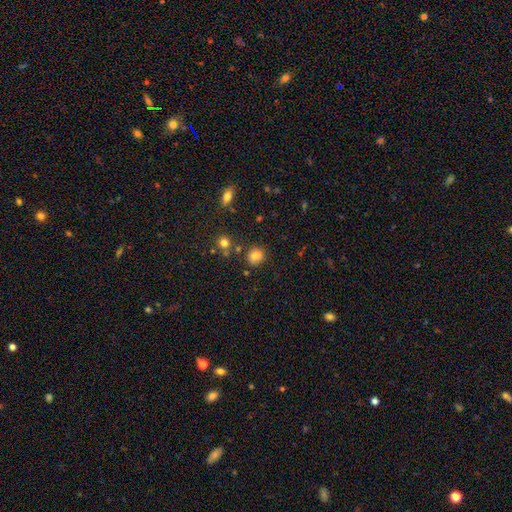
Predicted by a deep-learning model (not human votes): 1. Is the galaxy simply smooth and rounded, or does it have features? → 75% smooth, 15% star or artifact, 10% featured or disk.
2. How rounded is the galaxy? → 69% round, 30% in between, 1% cigar-shaped.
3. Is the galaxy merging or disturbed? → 65% none, 16% merger, 14% minor disturbance, 4% major disturbance.